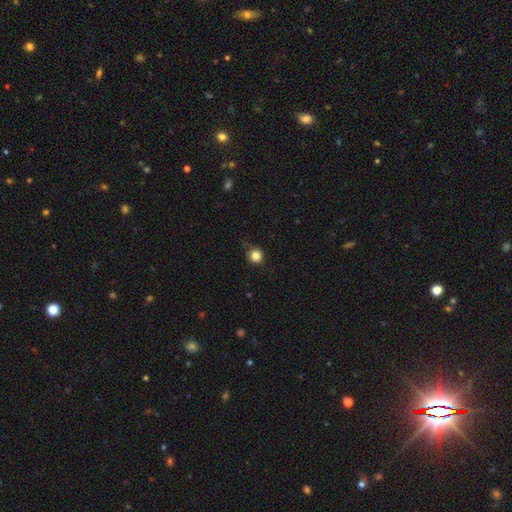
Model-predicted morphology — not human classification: Smooth or featured? smooth (84%)
How rounded? round (92%)
Merging? none (81%)